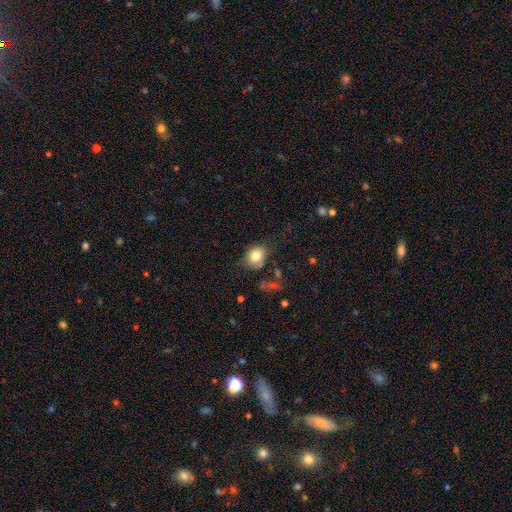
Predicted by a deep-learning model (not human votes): Smooth or featured? Predicted: smooth (p=0.79). How rounded? Predicted: round (p=0.59). Merging? Predicted: none (p=0.61).